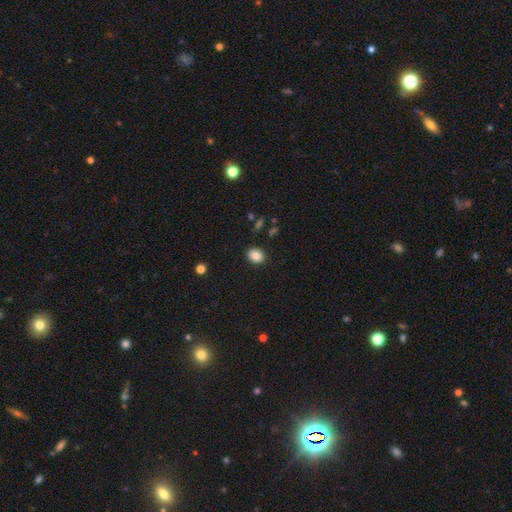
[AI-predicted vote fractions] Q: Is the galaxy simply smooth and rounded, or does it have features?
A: smooth — 87%.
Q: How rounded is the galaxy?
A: in between — 56%.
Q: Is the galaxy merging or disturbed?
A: none — 87%.